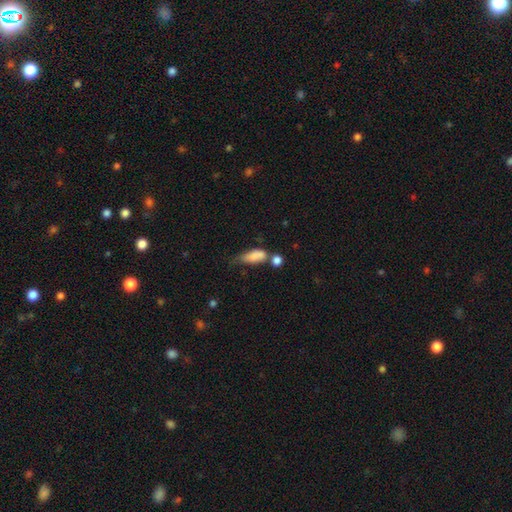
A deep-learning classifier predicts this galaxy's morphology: The model was most divided on "merging": merger: 30%, minor disturbance: 28%, none: 25%, major disturbance: 17%. More confident: smooth or featured — smooth (79%); how rounded — in between (77%).